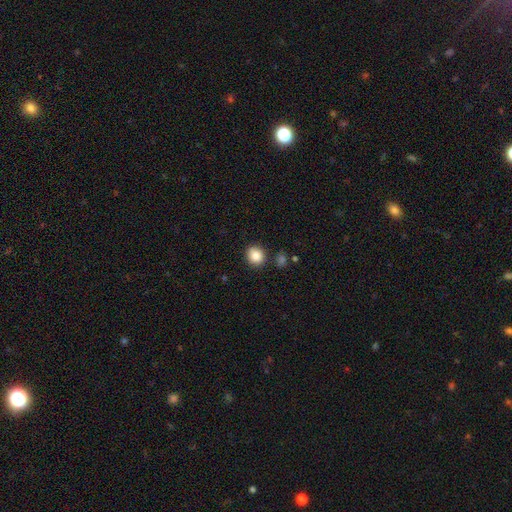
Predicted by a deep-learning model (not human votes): The model was most divided on "how rounded": round: 77%, in between: 22%, cigar-shaped: 1%. More confident: smooth or featured — smooth (86%); merging — none (84%).